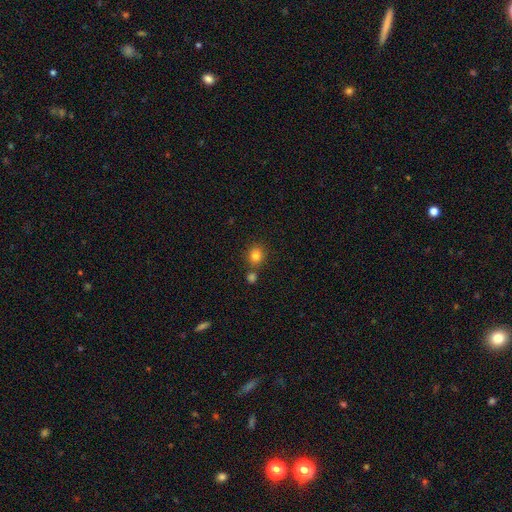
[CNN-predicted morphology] smooth 82%, star or artifact 12%, featured or disk 6%. Down the decision tree: how rounded — round (77%); merging — none (71%).